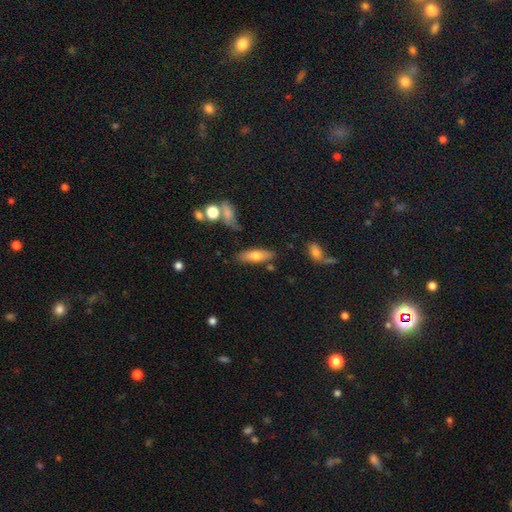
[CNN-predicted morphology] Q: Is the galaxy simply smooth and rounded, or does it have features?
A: smooth — 63%.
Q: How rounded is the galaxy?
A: cigar-shaped — 49%, tied with in between.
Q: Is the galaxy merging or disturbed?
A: none — 76%.